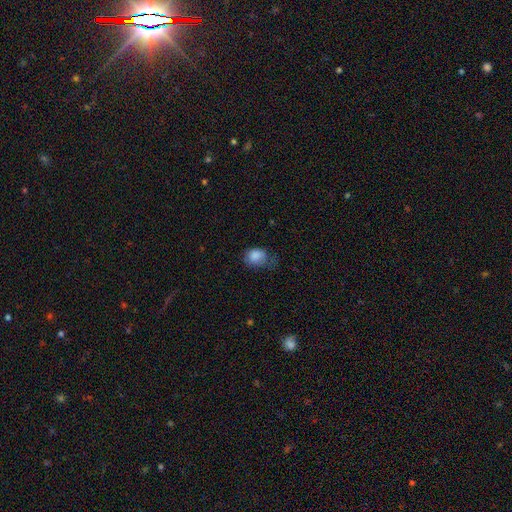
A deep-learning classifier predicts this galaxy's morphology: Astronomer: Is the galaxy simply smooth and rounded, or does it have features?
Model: smooth — 84%.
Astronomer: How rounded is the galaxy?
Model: in between — 59% (runner-up: round, 40%).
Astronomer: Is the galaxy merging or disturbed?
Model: minor disturbance — 37% (runner-up: none, 35%).